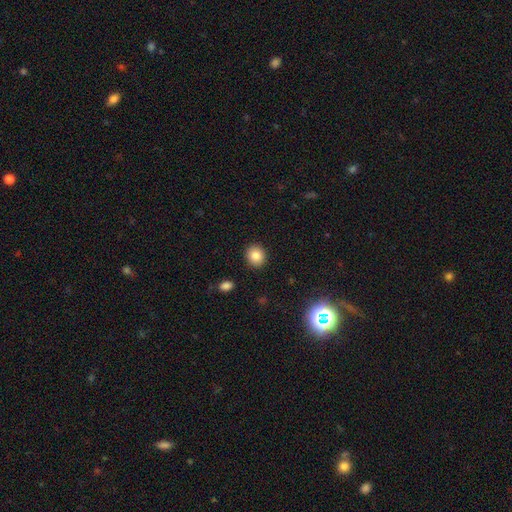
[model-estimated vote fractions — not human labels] Smooth or featured?
  - smooth: 84% *
  - star or artifact: 10%
  - featured or disk: 6%
How rounded?
  - round: 79% *
  - in between: 20%
  - cigar-shaped: 1%
Merging?
  - none: 91% *
  - minor disturbance: 6%
  - major disturbance: 2%
  - merger: 1%